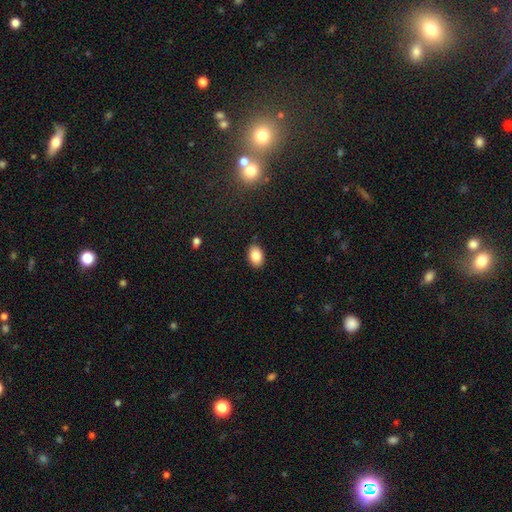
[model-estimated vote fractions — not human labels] Smooth or featured? Predicted: smooth (p=0.86). How rounded? Predicted: in between (p=0.85). Merging? Predicted: none (p=0.88).